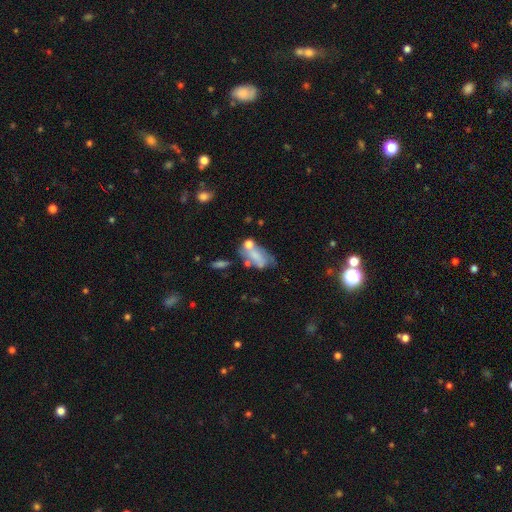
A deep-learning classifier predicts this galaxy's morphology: Smooth or featured? Predicted: smooth (p=0.52). How rounded? Predicted: in between (p=0.87). Merging? Predicted: none (p=0.27).